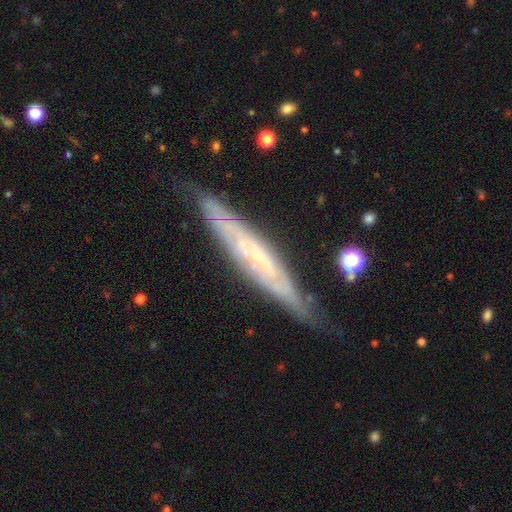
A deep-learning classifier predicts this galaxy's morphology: smooth_or_featured: featured or disk (p=0.77) [alt: smooth p=0.17]
disk_edge_on: yes (p=0.57) [alt: no p=0.43]
merging: none (p=0.76) [alt: minor disturbance p=0.18]